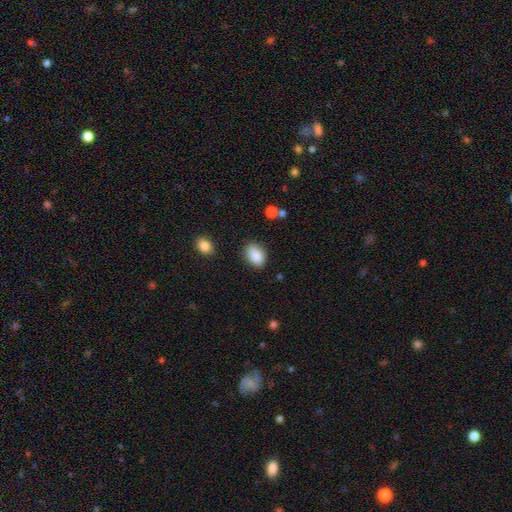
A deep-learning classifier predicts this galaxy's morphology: Smooth or featured? smooth (88%)
How rounded? in between (81%)
Merging? none (79%)